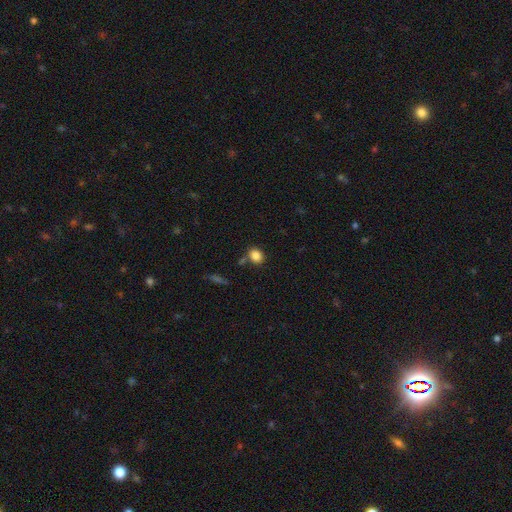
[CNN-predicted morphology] smooth-or-featured: smooth: 85% | star or artifact: 10% | featured or disk: 5%
  how-rounded: round: 57% | in between: 42% | cigar-shaped: 1%
  merging: none: 73% | minor disturbance: 12% | merger: 11% | major disturbance: 4%